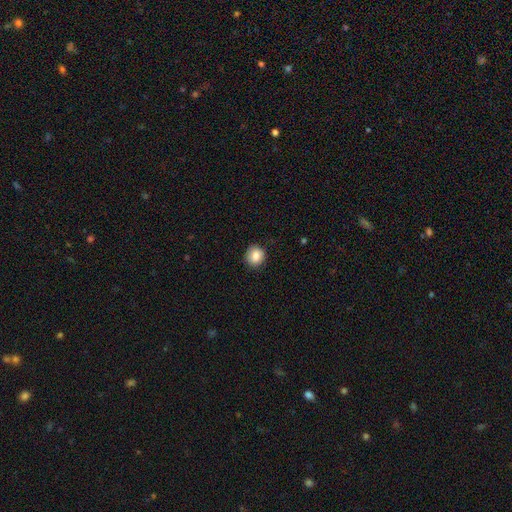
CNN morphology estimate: The model was most divided on "how rounded": round: 84%, in between: 15%, cigar-shaped: 1%. More confident: merging — none (87%); smooth or featured — smooth (81%).